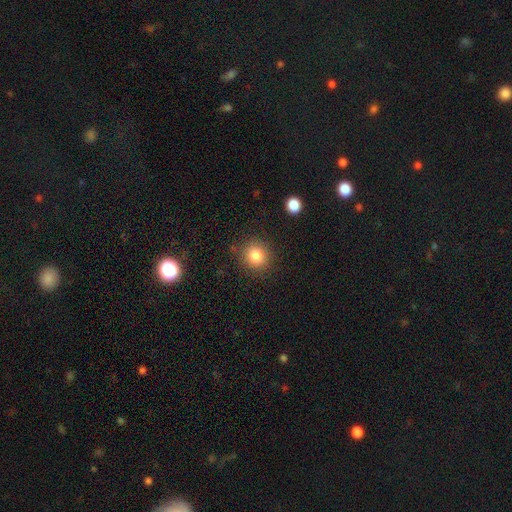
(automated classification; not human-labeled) smooth-or-featured: smooth: 82% | star or artifact: 11% | featured or disk: 7%
  how-rounded: round: 87% | in between: 12% | cigar-shaped: 1%
  merging: none: 87% | minor disturbance: 8% | major disturbance: 3% | merger: 2%